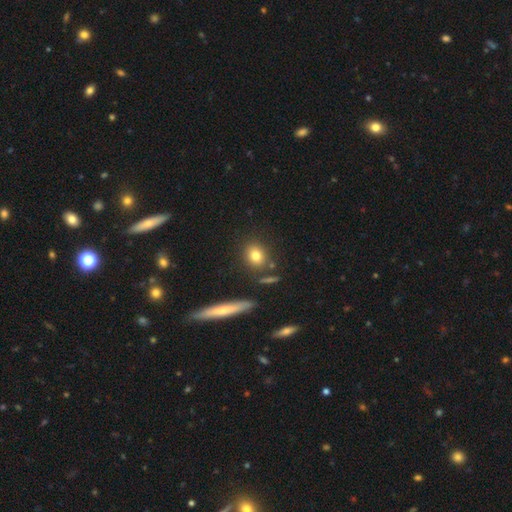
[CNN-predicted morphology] A smooth galaxy with no disk features (78%) that is round (68%). Merging: none (80%).